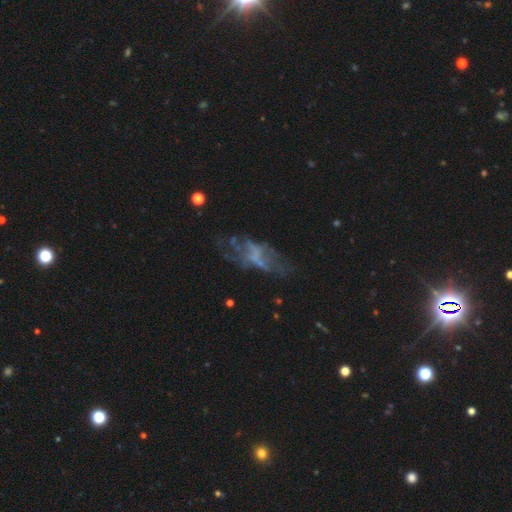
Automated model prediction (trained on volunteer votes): A featured or disk galaxy (61%) with no bar (75%), no spiral arms (76%) and no central bulge (70%). Merging: none (44%).